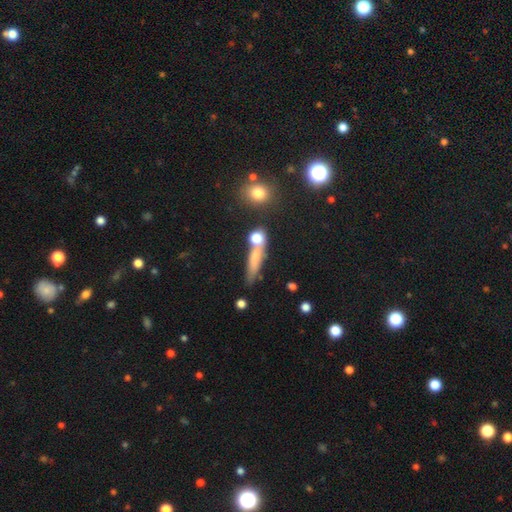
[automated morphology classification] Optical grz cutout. It shows a smooth galaxy with no disk features (62%) that is cigar-shaped (72%). Merging: none (60%).